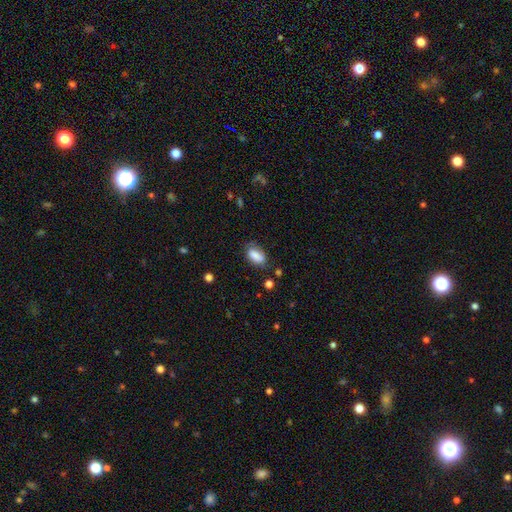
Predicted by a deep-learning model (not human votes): Morphology: type=smooth (81%); roundness=in between (89%); merging=none (67%).